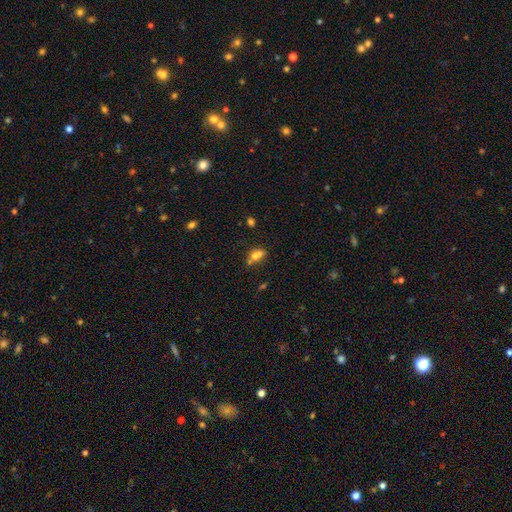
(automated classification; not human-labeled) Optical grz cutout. It shows a smooth galaxy with no disk features (63%) that is in between round and cigar-shaped (58%). Merging: merger (44%).